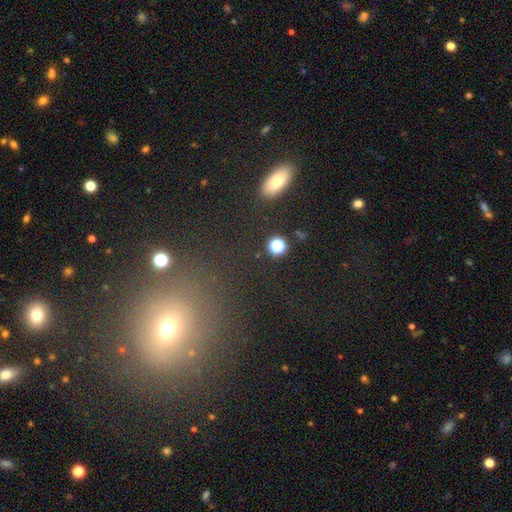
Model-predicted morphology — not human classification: A smooth galaxy with no disk features (48%).

Vote fractions:
- Smooth or featured? smooth: 48% / star or artifact: 35% / featured or disk: 16%
- Merging? none: 82% / minor disturbance: 9% / major disturbance: 5% / merger: 4%